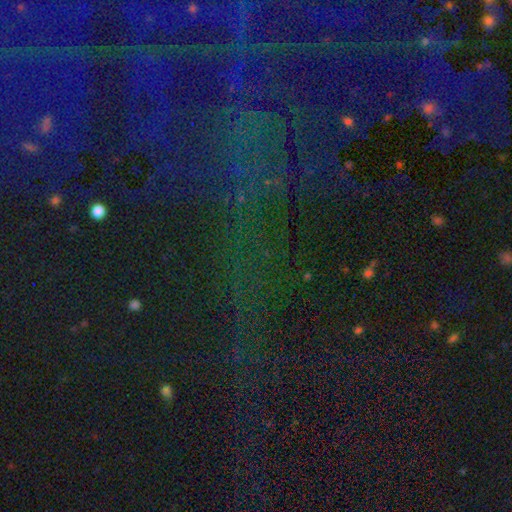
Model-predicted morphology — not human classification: The model was most divided on "smooth or featured": star or artifact: 78%, smooth: 13%, featured or disk: 10%.